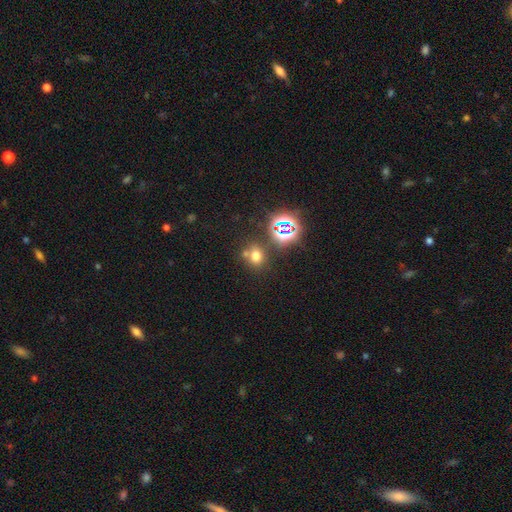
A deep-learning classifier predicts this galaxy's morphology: smooth-or-featured: smooth: 61% | star or artifact: 30% | featured or disk: 9%
  how-rounded: round: 62% | in between: 37% | cigar-shaped: 1%
  merging: none: 65% | merger: 19% | minor disturbance: 12% | major disturbance: 5%